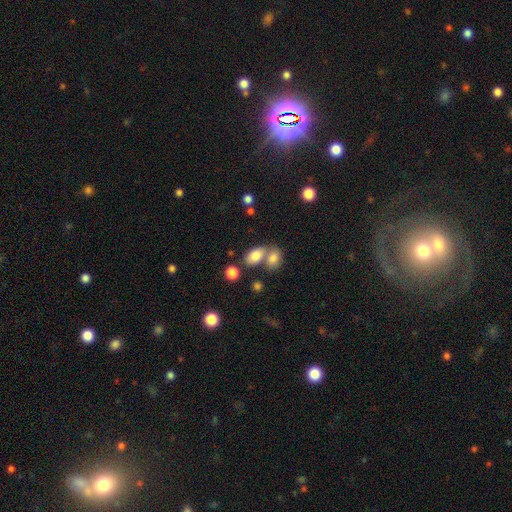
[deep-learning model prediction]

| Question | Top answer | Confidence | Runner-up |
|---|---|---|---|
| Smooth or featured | smooth | 82% | featured or disk (9%) |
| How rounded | in between | 88% | round (10%) |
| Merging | none | 43% | merger (42%) |